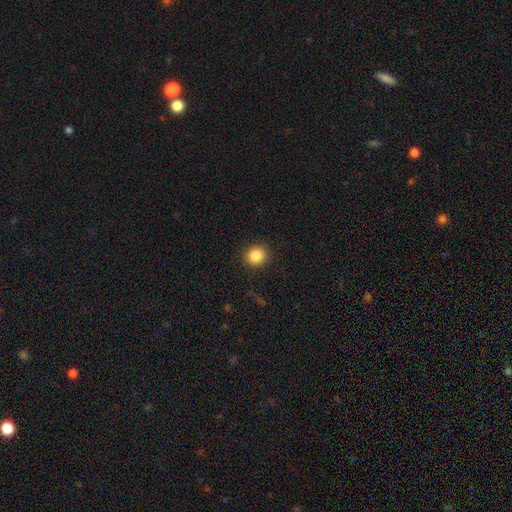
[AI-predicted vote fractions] Smooth or featured?
  - smooth: 86% *
  - star or artifact: 10%
  - featured or disk: 4%
How rounded?
  - round: 85% *
  - in between: 14%
  - cigar-shaped: 1%
Merging?
  - none: 89% *
  - minor disturbance: 7%
  - major disturbance: 2%
  - merger: 1%